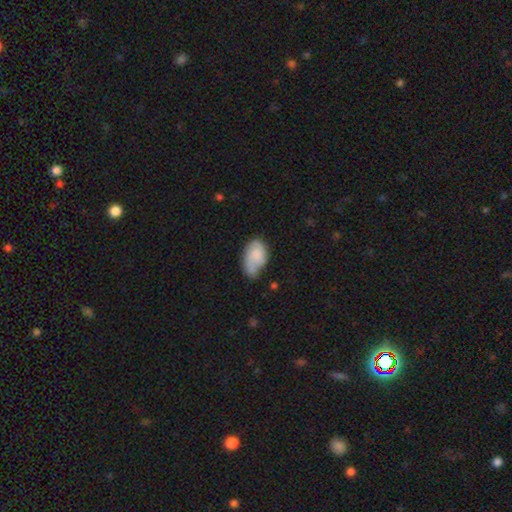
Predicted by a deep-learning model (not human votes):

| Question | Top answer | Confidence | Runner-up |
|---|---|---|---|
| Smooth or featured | smooth | 65% | featured or disk (28%) |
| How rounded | in between | 90% | round (9%) |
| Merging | minor disturbance | 35% | none (32%) |